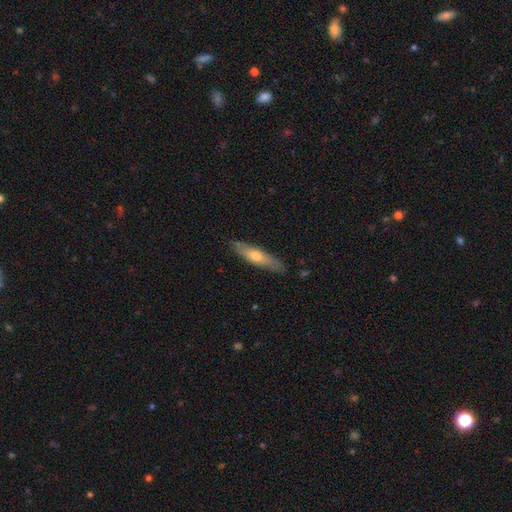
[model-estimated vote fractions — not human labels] Smooth or featured: smooth — 53% (featured or disk — 42%)
How rounded: cigar-shaped — 77% (in between — 21%)
Merging: none — 84% (minor disturbance — 12%)